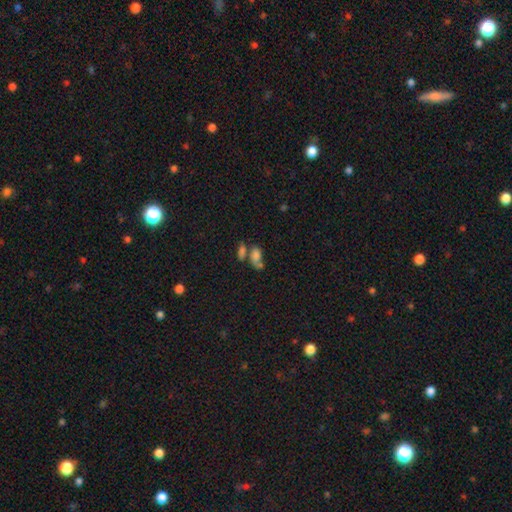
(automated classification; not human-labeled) Overall: smooth (71%). How rounded: in between (83%). Merging: merger (51%; none 27%).